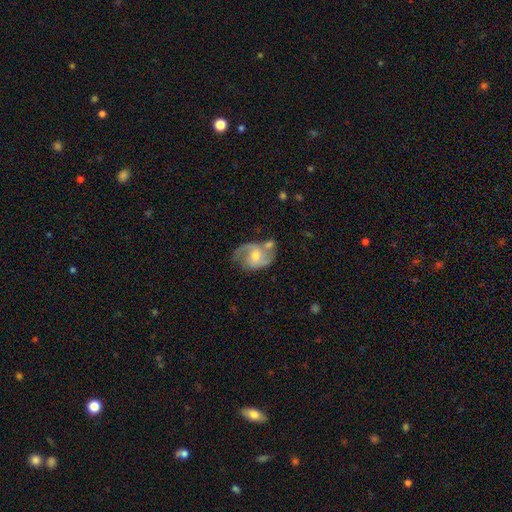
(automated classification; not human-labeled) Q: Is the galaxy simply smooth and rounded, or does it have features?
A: featured or disk — 76%.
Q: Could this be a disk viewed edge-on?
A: no — 97%.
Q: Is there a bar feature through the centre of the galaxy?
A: no — 47%.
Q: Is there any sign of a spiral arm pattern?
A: yes — 91%.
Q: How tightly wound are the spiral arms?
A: medium — 50%.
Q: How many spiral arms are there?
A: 2 — 82%.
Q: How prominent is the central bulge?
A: moderate — 60%.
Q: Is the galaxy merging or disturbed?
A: none — 50%.